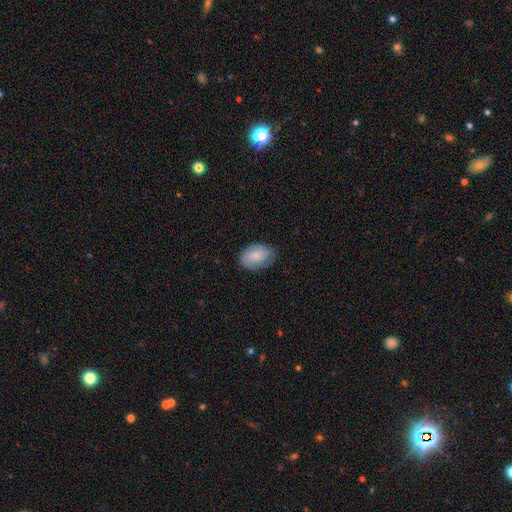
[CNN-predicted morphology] The model was most divided on "merging": none: 78%, minor disturbance: 17%, major disturbance: 4%, merger: 1%. More confident: how rounded — in between (85%); smooth or featured — smooth (80%).